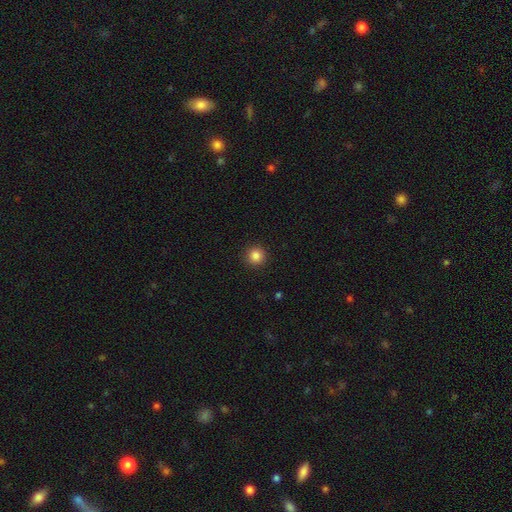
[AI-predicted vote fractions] smooth 85%, star or artifact 11%, featured or disk 4%. Down the decision tree: how rounded — round (95%); merging — none (92%).